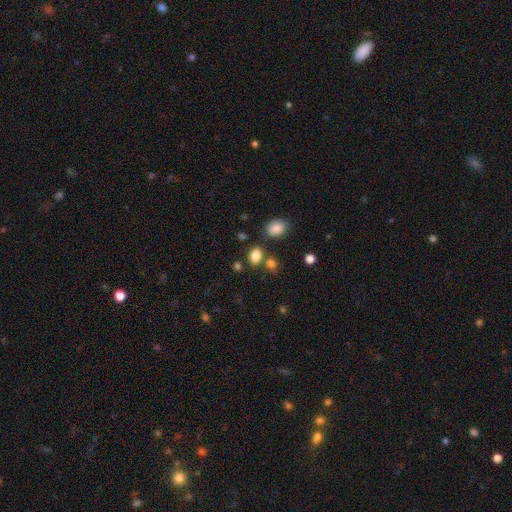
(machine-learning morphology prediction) Smooth or featured? smooth (83%)
How rounded? in between (75%)
Merging? none (71%)